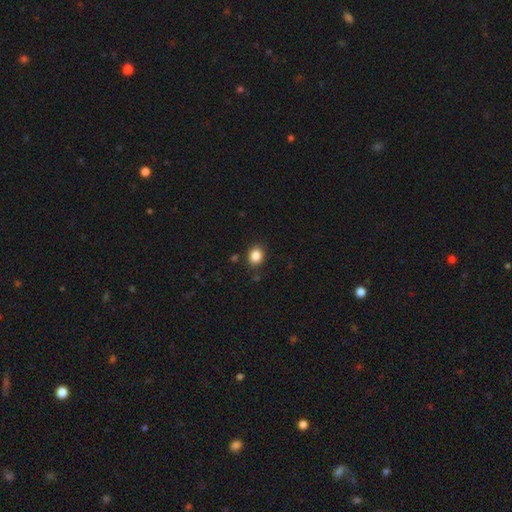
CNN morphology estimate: Overall: smooth (86%). How rounded: round (53%; in between 46%). Merging: none (86%).